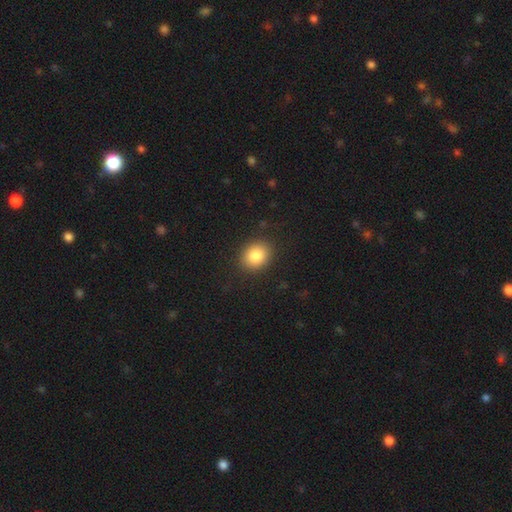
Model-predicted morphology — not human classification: Smooth or featured?
  - smooth: 84% *
  - star or artifact: 9%
  - featured or disk: 6%
How rounded?
  - round: 58% *
  - in between: 41%
  - cigar-shaped: 1%
Merging?
  - none: 88% *
  - minor disturbance: 8%
  - major disturbance: 3%
  - merger: 1%